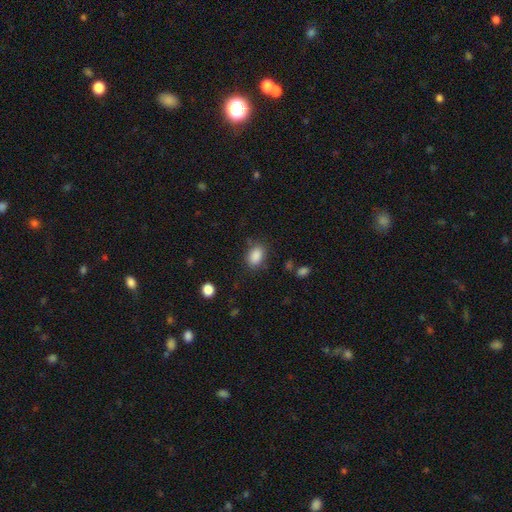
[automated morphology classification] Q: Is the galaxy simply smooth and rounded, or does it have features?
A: smooth — 88%.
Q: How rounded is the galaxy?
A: in between — 83%.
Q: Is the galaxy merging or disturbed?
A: none — 80%.